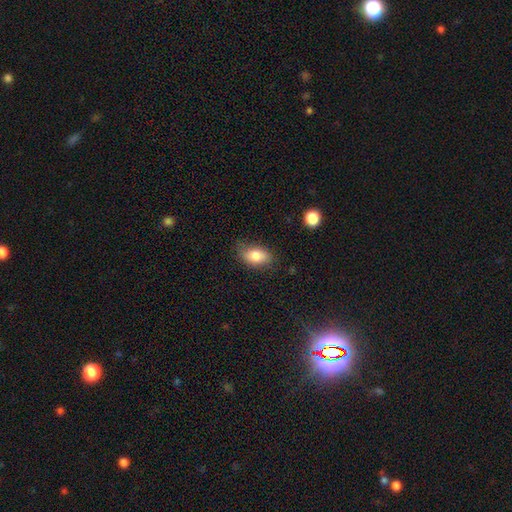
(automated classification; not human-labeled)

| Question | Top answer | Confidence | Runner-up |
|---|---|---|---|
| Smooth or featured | smooth | 82% | featured or disk (10%) |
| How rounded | in between | 88% | round (9%) |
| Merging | none | 74% | minor disturbance (20%) |